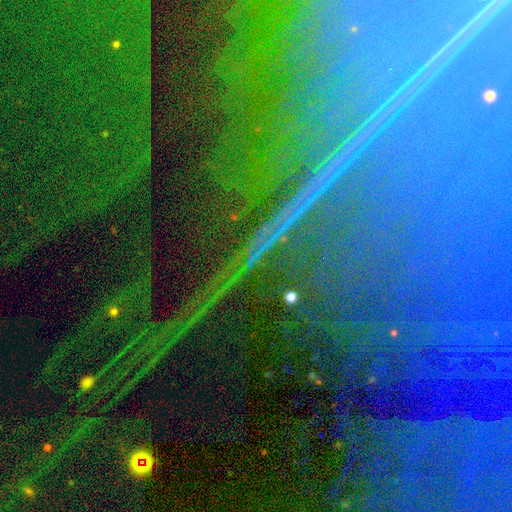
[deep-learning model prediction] Smooth or featured? star or artifact (84%)